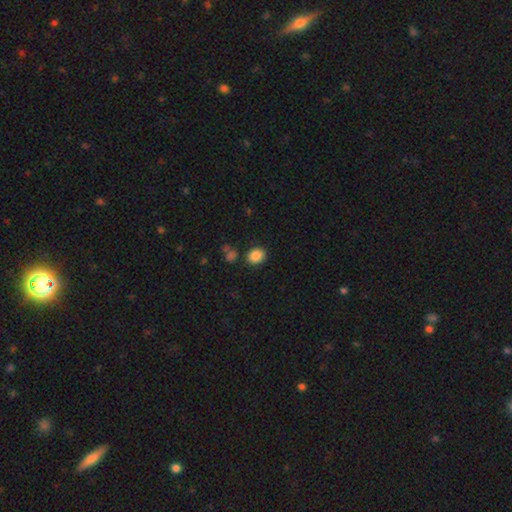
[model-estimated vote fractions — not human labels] Smooth or featured?
  - smooth: 86% *
  - star or artifact: 10%
  - featured or disk: 4%
How rounded?
  - round: 62% *
  - in between: 37%
  - cigar-shaped: 1%
Merging?
  - none: 84% *
  - minor disturbance: 9%
  - merger: 4%
  - major disturbance: 3%